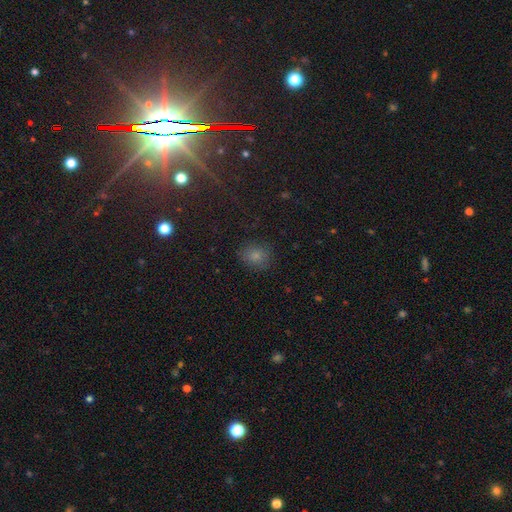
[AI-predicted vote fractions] Morphology: type=smooth (77%); roundness=round (65%); merging=none (82%).